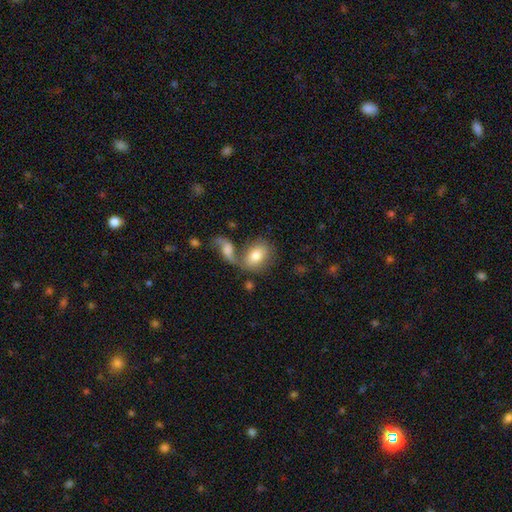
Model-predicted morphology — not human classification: smooth-or-featured: smooth: 74% | featured or disk: 19% | star or artifact: 7%
  how-rounded: in between: 78% | round: 19% | cigar-shaped: 2%
  merging: merger: 41% | none: 40% | minor disturbance: 12% | major disturbance: 6%